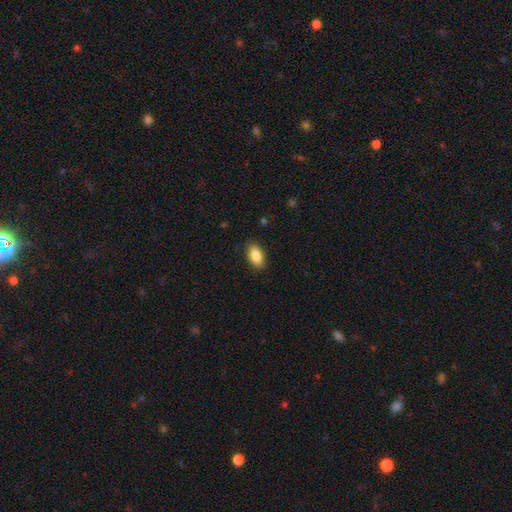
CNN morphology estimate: smooth 87%, star or artifact 7%, featured or disk 6%. Down the decision tree: how rounded — in between (92%); merging — none (88%).